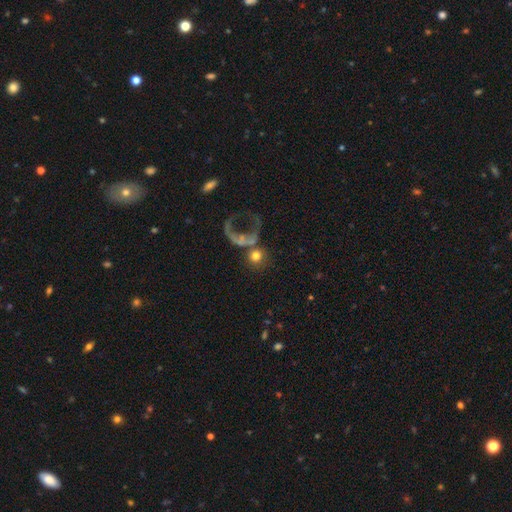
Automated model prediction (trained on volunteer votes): smooth-or-featured: smooth: 63% | featured or disk: 24% | star or artifact: 13%
  how-rounded: round: 85% | in between: 13% | cigar-shaped: 1%
  merging: none: 37% | merger: 29% | major disturbance: 24% | minor disturbance: 9%